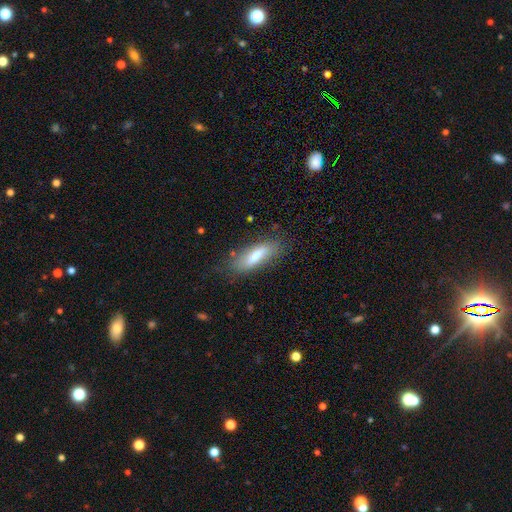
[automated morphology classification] type=smooth (70%); roundness=in between (50%); merging=none (71%).